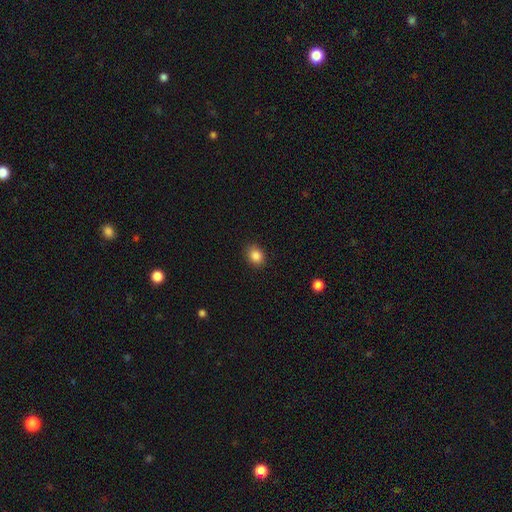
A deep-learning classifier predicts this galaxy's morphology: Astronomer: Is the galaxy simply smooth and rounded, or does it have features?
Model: smooth — 86%.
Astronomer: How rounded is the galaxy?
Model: round — 54% (runner-up: in between, 45%).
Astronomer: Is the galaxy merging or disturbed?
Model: none — 88%.